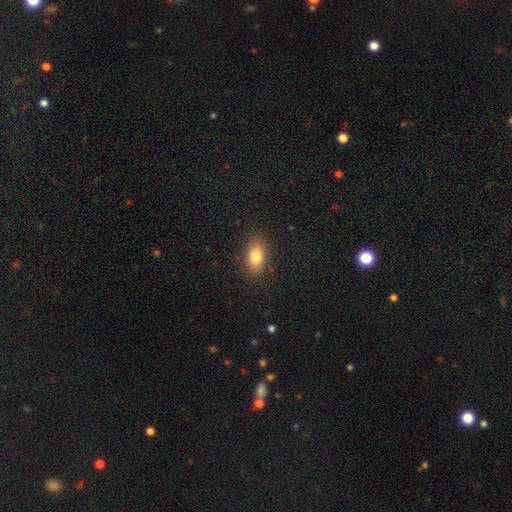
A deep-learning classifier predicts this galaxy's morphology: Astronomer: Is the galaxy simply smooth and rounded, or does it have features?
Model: smooth — 81%.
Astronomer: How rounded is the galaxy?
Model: in between — 86%.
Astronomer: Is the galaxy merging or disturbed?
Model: none — 86%.